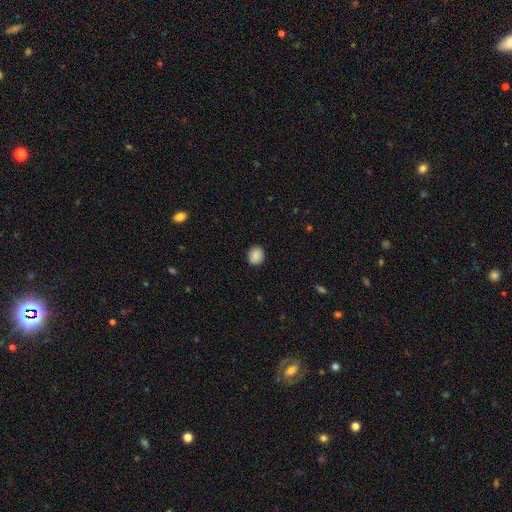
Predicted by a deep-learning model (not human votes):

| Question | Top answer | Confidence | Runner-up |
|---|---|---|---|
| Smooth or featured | smooth | 88% | star or artifact (8%) |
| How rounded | round | 77% | in between (23%) |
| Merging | none | 89% | minor disturbance (8%) |